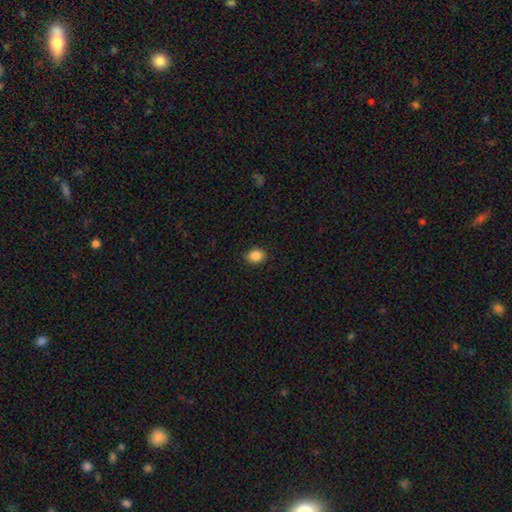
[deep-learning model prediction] Smooth or featured: smooth — 87% (star or artifact — 10%)
How rounded: round — 57% (in between — 42%)
Merging: none — 86% (minor disturbance — 11%)